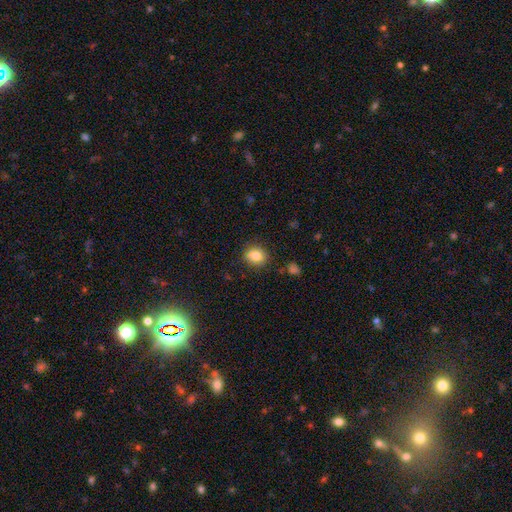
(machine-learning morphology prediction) type=smooth (83%); roundness=round (63%); merging=none (86%).